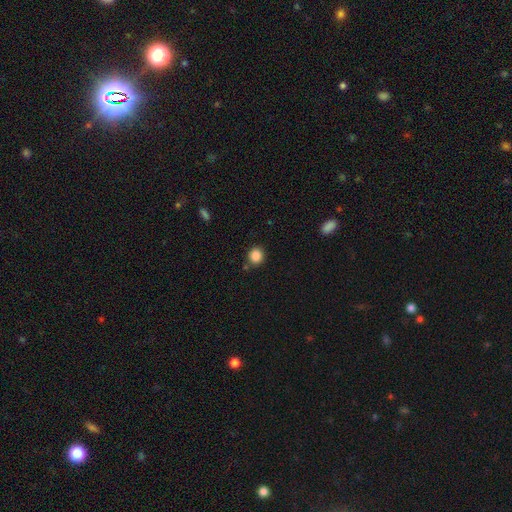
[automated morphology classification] A smooth galaxy with no disk features (86%) that is round (85%). Merging: none (85%).